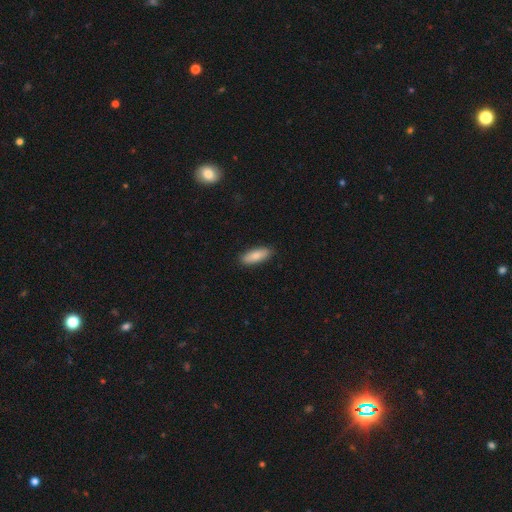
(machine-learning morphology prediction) The model was most divided on "how rounded": in between: 68%, cigar-shaped: 30%, round: 2%. More confident: merging — none (89%); smooth or featured — smooth (83%).